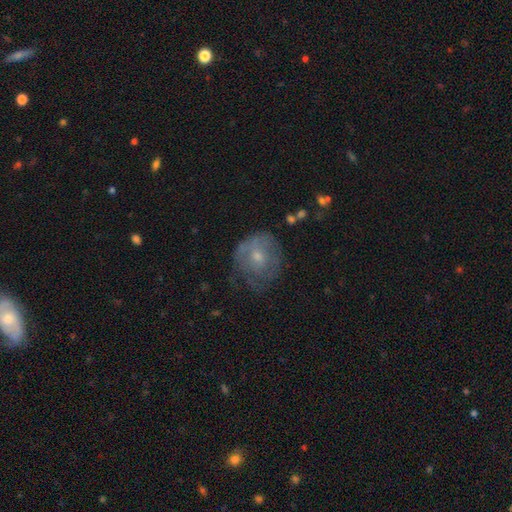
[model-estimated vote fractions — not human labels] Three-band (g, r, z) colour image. It shows a featured or disk galaxy (45%). Merging: none (53%).